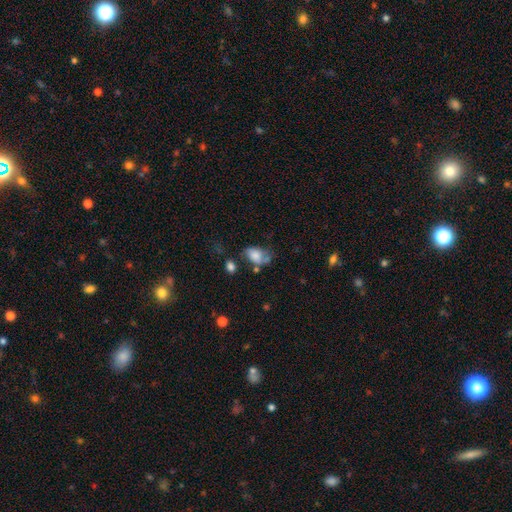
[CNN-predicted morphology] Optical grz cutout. It shows a smooth galaxy with no disk features (68%) that is in between round and cigar-shaped (82%). Merging: none (36%).